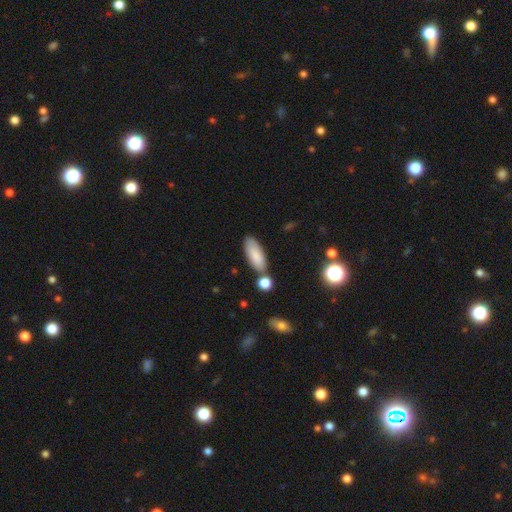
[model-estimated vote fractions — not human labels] A smooth galaxy with no disk features (84%) that is in between round and cigar-shaped (76%).

Vote fractions:
- Smooth or featured? smooth: 84% / featured or disk: 9% / star or artifact: 7%
- How rounded? in between: 76% / cigar-shaped: 22% / round: 2%
- Merging? none: 71% / minor disturbance: 14% / merger: 11% / major disturbance: 4%